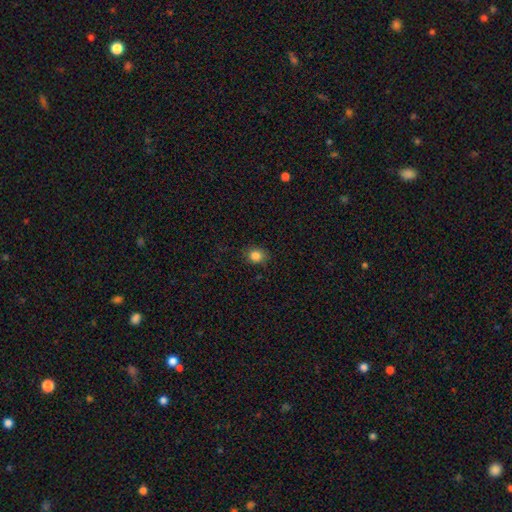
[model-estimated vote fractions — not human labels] This is clearly a smooth galaxy (84%). How rounded: likely round (71%). Merging: clearly none (84%).